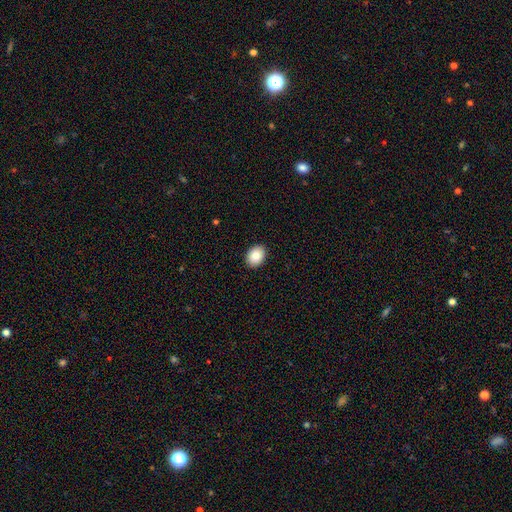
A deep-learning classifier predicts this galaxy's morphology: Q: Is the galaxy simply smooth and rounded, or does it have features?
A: smooth — 85%.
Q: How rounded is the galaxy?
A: in between — 67%.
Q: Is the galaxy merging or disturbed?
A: none — 91%.